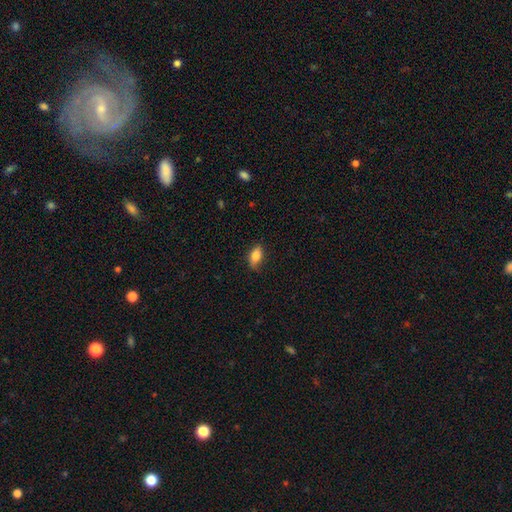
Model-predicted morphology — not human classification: Smooth or featured?
  - smooth: 81% *
  - featured or disk: 12%
  - star or artifact: 8%
How rounded?
  - in between: 86% *
  - round: 8%
  - cigar-shaped: 7%
Merging?
  - none: 79% *
  - minor disturbance: 17%
  - major disturbance: 3%
  - merger: 1%